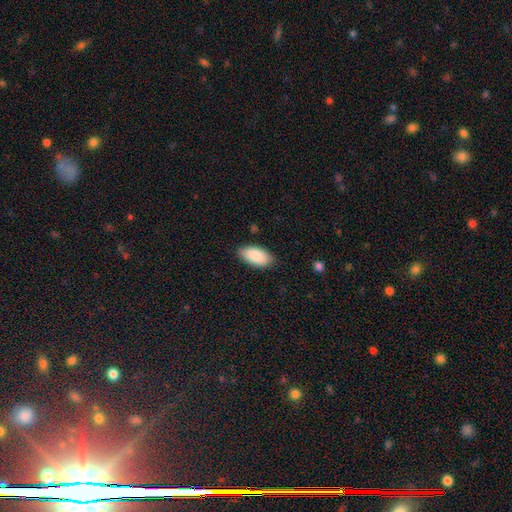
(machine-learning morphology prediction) A smooth galaxy with no disk features (87%) that is in between round and cigar-shaped (95%).

Vote fractions:
- Smooth or featured? smooth: 87% / featured or disk: 7% / star or artifact: 6%
- How rounded? in between: 95% / cigar-shaped: 3% / round: 2%
- Merging? none: 83% / minor disturbance: 13% / major disturbance: 2% / merger: 1%